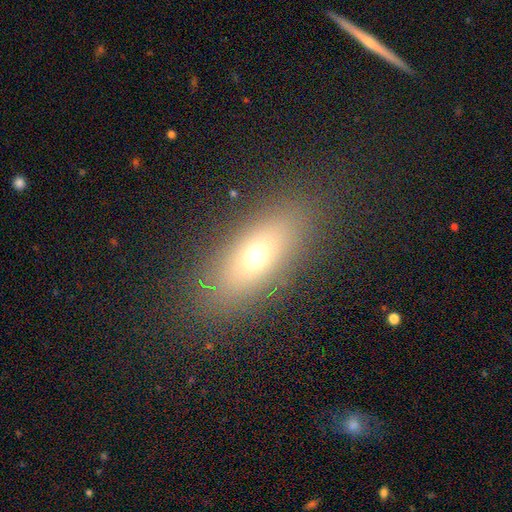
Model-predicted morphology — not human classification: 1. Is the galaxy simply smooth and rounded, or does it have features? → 63% smooth, 24% featured or disk, 13% star or artifact.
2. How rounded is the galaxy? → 72% in between, 22% cigar-shaped, 6% round.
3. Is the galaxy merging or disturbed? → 85% none, 9% minor disturbance, 5% major disturbance, 1% merger.